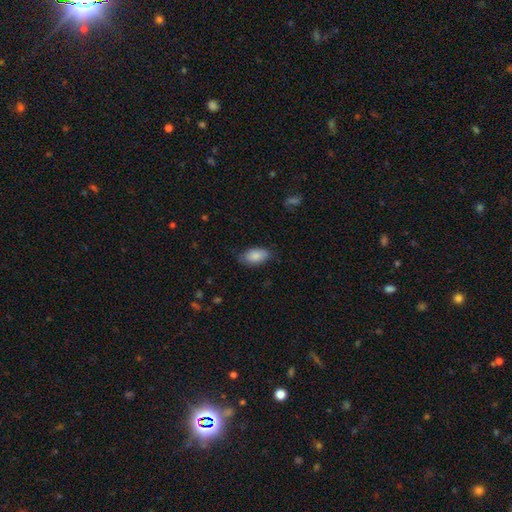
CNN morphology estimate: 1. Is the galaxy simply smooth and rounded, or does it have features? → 85% smooth, 8% featured or disk, 6% star or artifact.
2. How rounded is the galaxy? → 93% in between, 4% round, 2% cigar-shaped.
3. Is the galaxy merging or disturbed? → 76% none, 19% minor disturbance, 4% major disturbance, 1% merger.